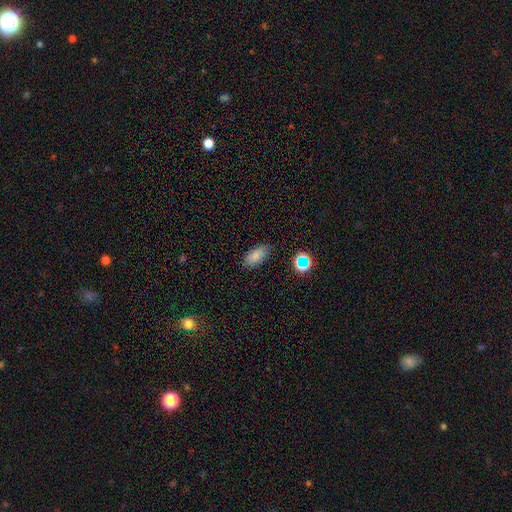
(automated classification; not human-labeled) smooth_or_featured: smooth (p=0.81) [alt: star or artifact p=0.12]
how_rounded: in between (p=0.88) [alt: cigar-shaped p=0.08]
merging: none (p=0.82) [alt: minor disturbance p=0.13]